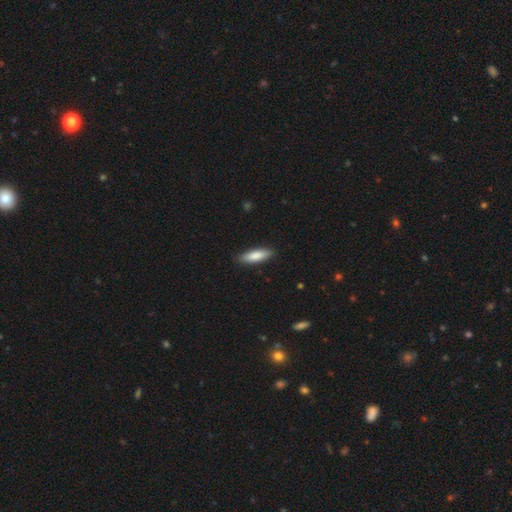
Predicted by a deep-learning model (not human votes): This appears to be a smooth galaxy with no disk features (84%) that is cigar-shaped (50%). Merging: none (88%).